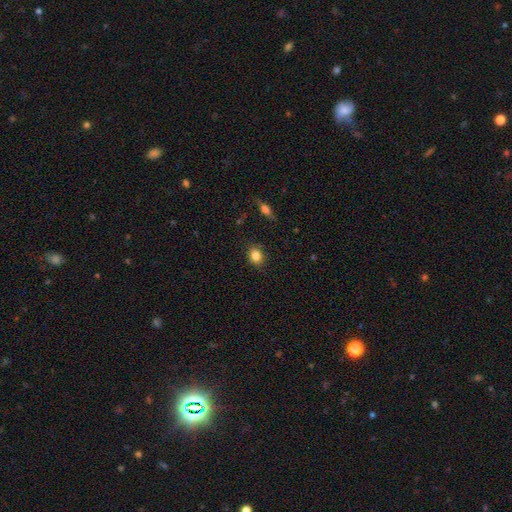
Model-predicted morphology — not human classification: This is clearly a smooth galaxy (83%). How rounded: possibly round (52%). Merging: clearly none (85%).